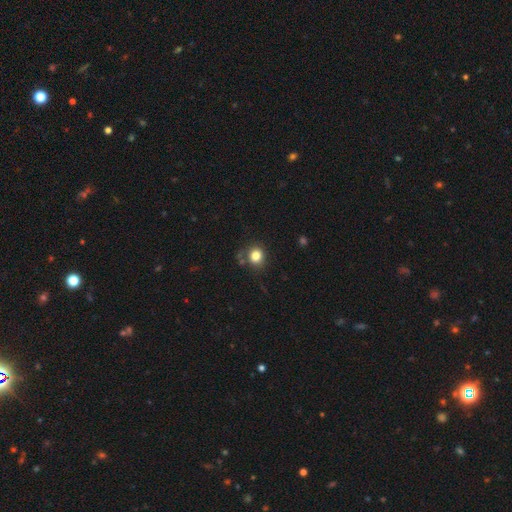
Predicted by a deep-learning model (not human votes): Q: Smooth or featured?
A: smooth (80%); runner-up: star or artifact (12%)
Q: How rounded?
A: round (82%); runner-up: in between (18%)
Q: Merging?
A: none (74%); runner-up: minor disturbance (14%)